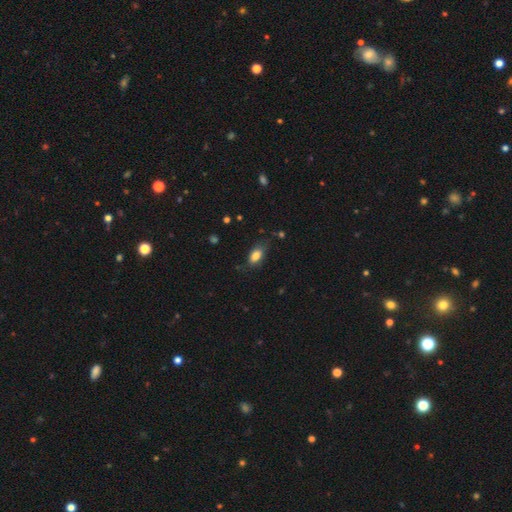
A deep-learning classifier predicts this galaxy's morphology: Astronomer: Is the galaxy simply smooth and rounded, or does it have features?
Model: smooth — 83%.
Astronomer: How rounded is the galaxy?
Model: in between — 88%.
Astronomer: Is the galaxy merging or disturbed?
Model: none — 70%.